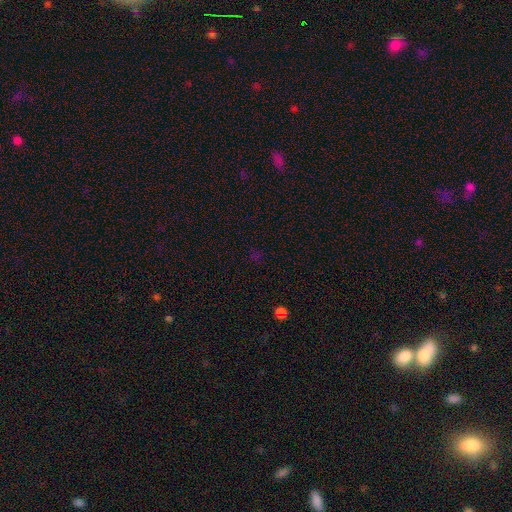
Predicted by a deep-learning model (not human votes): smooth_or_featured: star or artifact (p=0.60) [alt: smooth p=0.32]